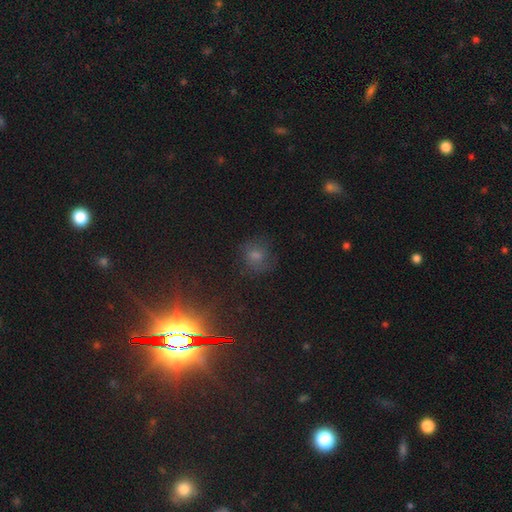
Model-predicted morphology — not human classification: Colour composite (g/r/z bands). It shows a smooth galaxy with no disk features (56%) that is round (74%). Merging: none (68%).